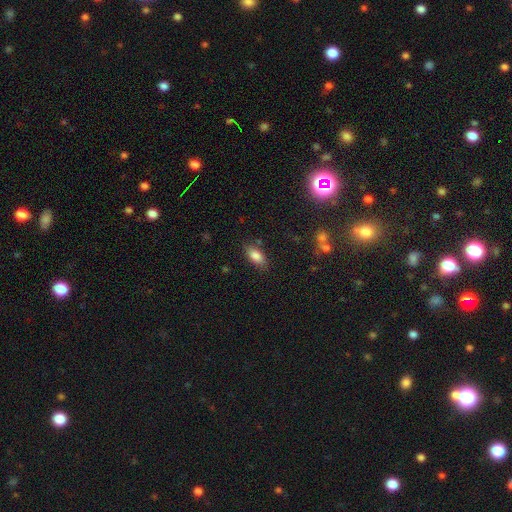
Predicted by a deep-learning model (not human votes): Q: Smooth or featured?
A: smooth (84%); runner-up: star or artifact (9%)
Q: How rounded?
A: in between (88%); runner-up: cigar-shaped (8%)
Q: Merging?
A: none (81%); runner-up: minor disturbance (14%)